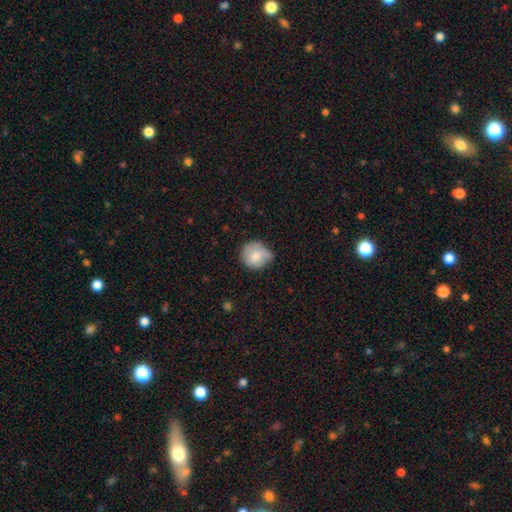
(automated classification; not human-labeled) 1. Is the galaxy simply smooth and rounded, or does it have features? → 74% smooth, 19% featured or disk, 7% star or artifact.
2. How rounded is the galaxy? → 80% round, 19% in between, 1% cigar-shaped.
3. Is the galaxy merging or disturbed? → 49% none, 38% minor disturbance, 10% major disturbance, 3% merger.